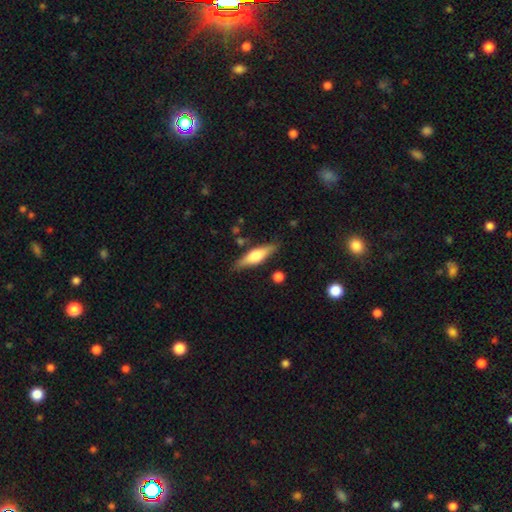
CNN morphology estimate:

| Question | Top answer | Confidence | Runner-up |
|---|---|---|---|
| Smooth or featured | featured or disk | 49% | smooth (45%) |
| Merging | none | 84% | minor disturbance (11%) |